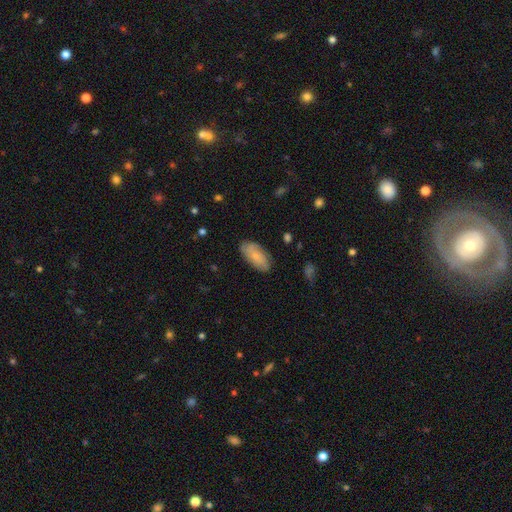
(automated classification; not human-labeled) Smooth or featured? smooth (76%)
How rounded? in between (90%)
Merging? none (80%)